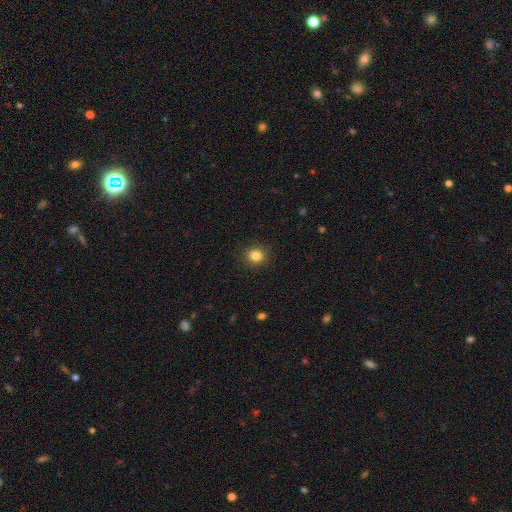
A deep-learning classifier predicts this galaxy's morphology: Smooth or featured?
  - smooth: 84% *
  - star or artifact: 11%
  - featured or disk: 5%
How rounded?
  - round: 78% *
  - in between: 21%
  - cigar-shaped: 1%
Merging?
  - none: 91% *
  - minor disturbance: 6%
  - major disturbance: 2%
  - merger: 1%